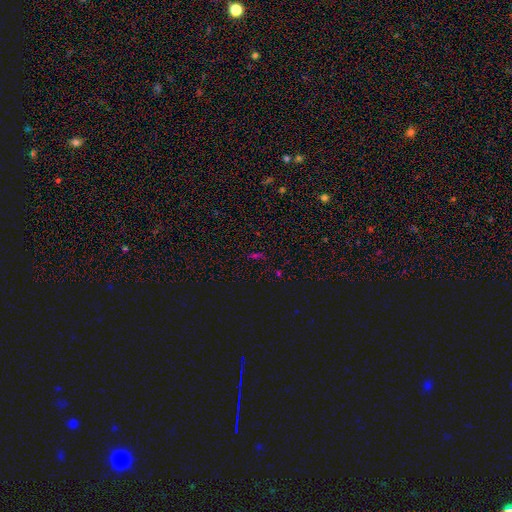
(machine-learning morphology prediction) Q: Smooth or featured?
A: star or artifact (57%); runner-up: smooth (30%)